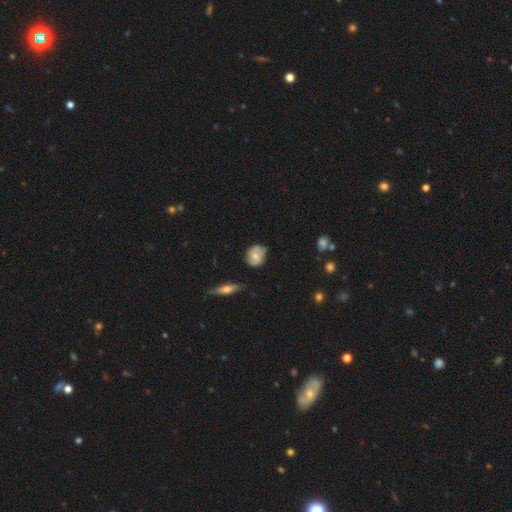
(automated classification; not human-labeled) Smooth or featured? smooth (53%)
How rounded? round (59%)
Merging? none (69%)